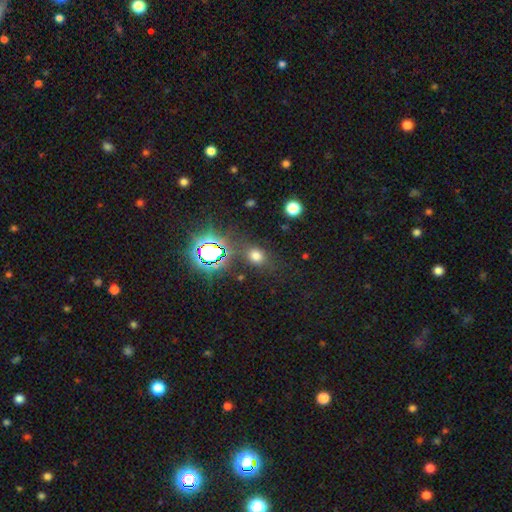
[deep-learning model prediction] A smooth galaxy with no disk features (65%) that is round (56%).

Vote fractions:
- Smooth or featured? smooth: 65% / star or artifact: 27% / featured or disk: 8%
- How rounded? round: 56% / in between: 42% / cigar-shaped: 2%
- Merging? none: 76% / minor disturbance: 13% / major disturbance: 6% / merger: 5%